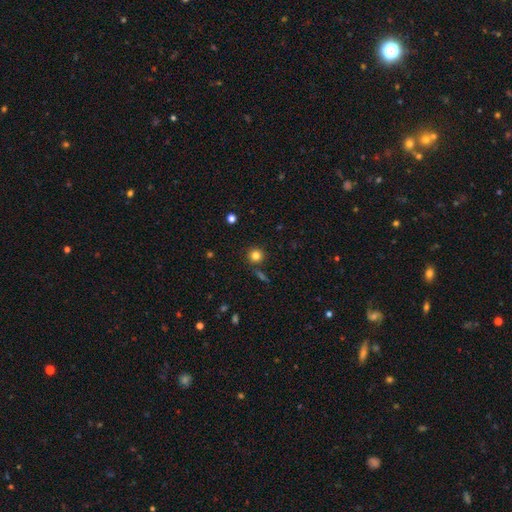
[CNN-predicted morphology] type=smooth (81%); roundness=round (93%); merging=none (86%).